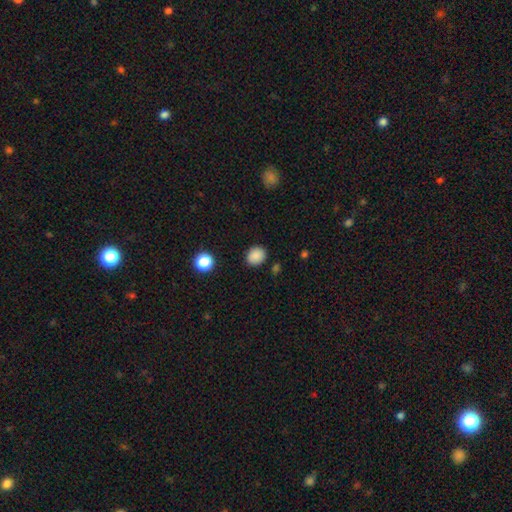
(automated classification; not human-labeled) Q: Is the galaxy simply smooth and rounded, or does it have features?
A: smooth — 86%.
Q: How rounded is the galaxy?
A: round — 64%.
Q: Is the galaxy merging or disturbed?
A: none — 85%.